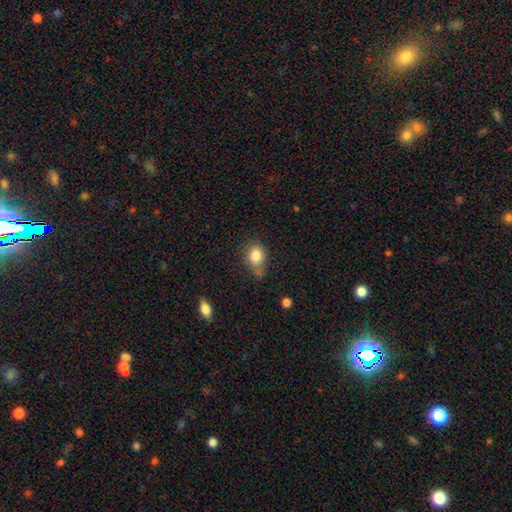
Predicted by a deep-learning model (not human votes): The model was most divided on "how rounded": round: 52%, in between: 46%, cigar-shaped: 1%. More confident: smooth or featured — smooth (82%); merging — none (50%).